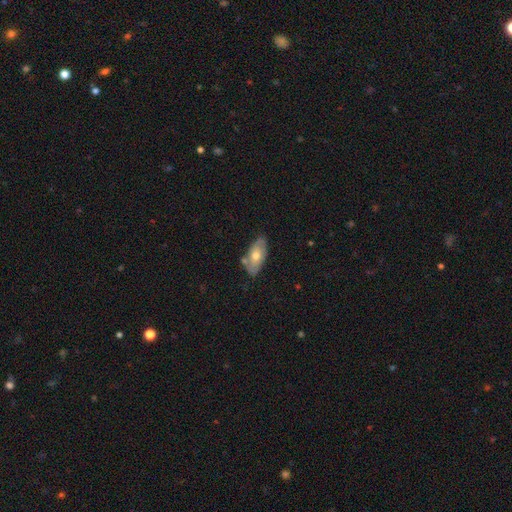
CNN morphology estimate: Smooth or featured: smooth — 48% (featured or disk — 45%)
Merging: none — 70% (minor disturbance — 19%)